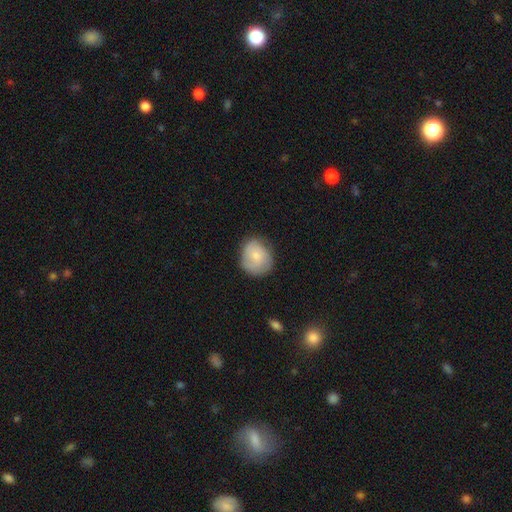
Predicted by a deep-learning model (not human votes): A smooth galaxy with no disk features (67%) that is round (74%). Merging: none (71%).